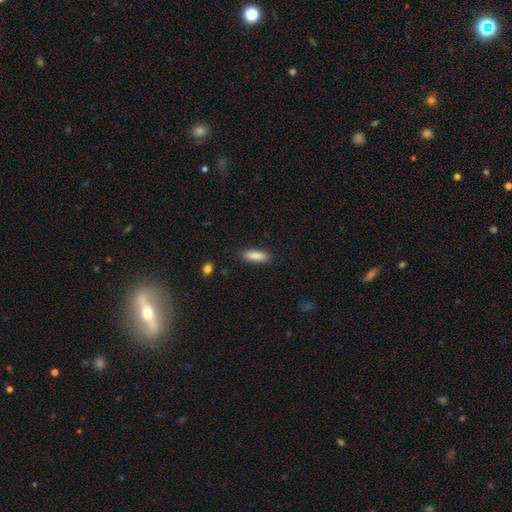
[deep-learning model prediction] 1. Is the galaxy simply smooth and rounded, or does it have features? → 87% smooth, 7% featured or disk, 6% star or artifact.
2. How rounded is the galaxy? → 51% in between, 47% cigar-shaped, 2% round.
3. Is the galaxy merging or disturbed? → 88% none, 8% minor disturbance, 2% major disturbance, 1% merger.